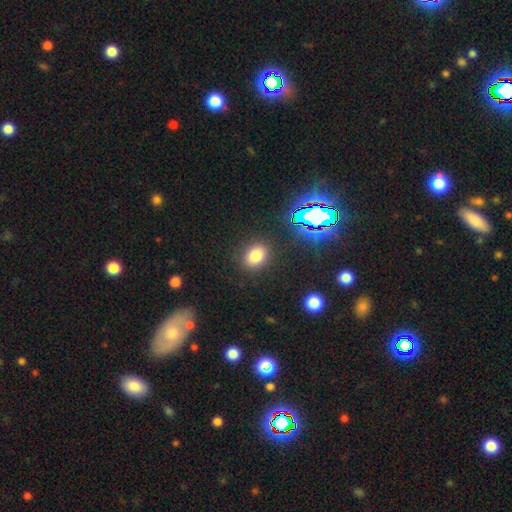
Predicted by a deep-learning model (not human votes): This is likely a smooth galaxy (76%). How rounded: possibly in between (52%). Merging: clearly none (87%).